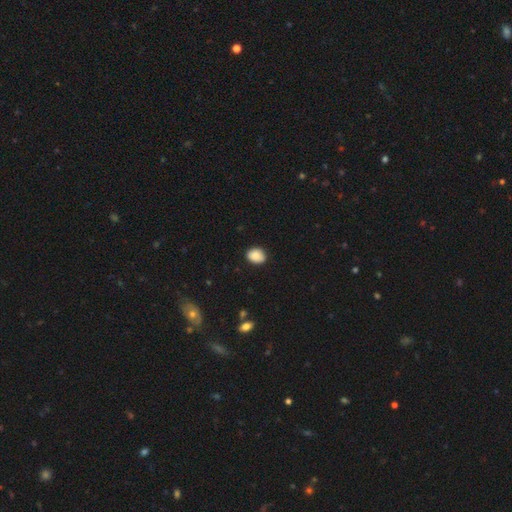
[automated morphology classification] smooth_or_featured: smooth (p=0.88) [alt: star or artifact p=0.08]
how_rounded: in between (p=0.55) [alt: round p=0.44]
merging: none (p=0.85) [alt: minor disturbance p=0.11]